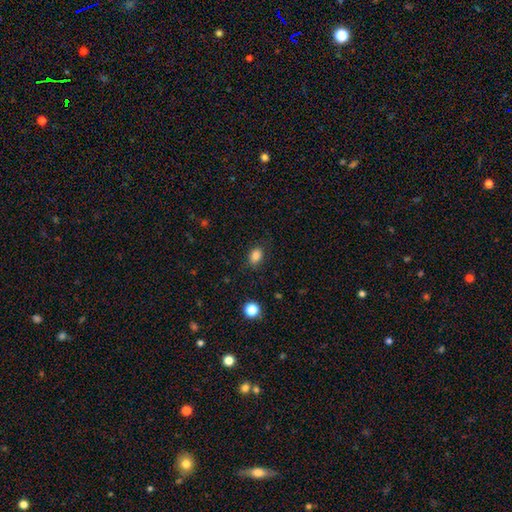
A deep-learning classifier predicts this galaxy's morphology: Smooth or featured? smooth (85%)
How rounded? in between (71%)
Merging? none (82%)